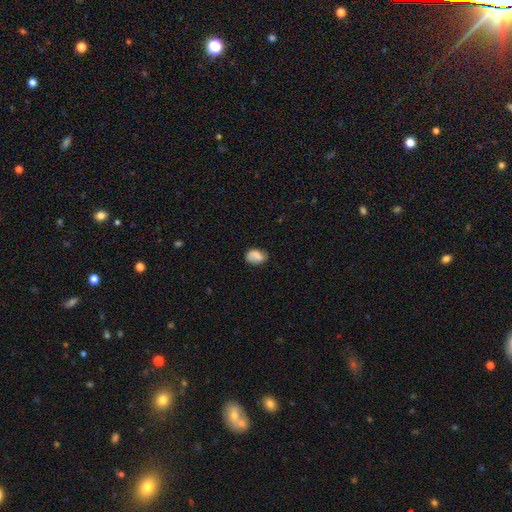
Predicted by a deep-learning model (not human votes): Smooth or featured: smooth — 73% (featured or disk — 18%)
How rounded: in between — 73% (round — 25%)
Merging: none — 65% (minor disturbance — 24%)